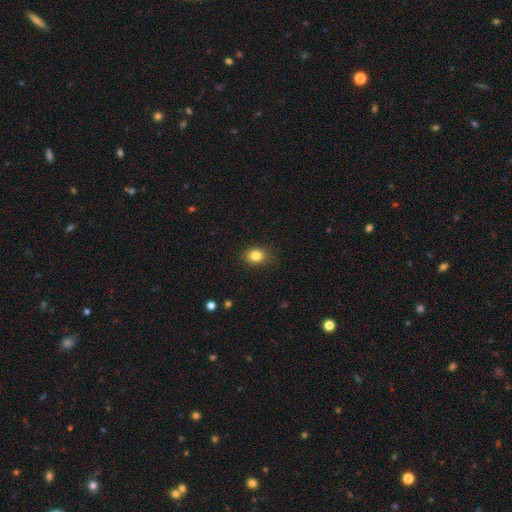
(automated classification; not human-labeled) Smooth or featured: smooth — 83% (star or artifact — 10%)
How rounded: in between — 53% (round — 46%)
Merging: none — 85% (minor disturbance — 12%)